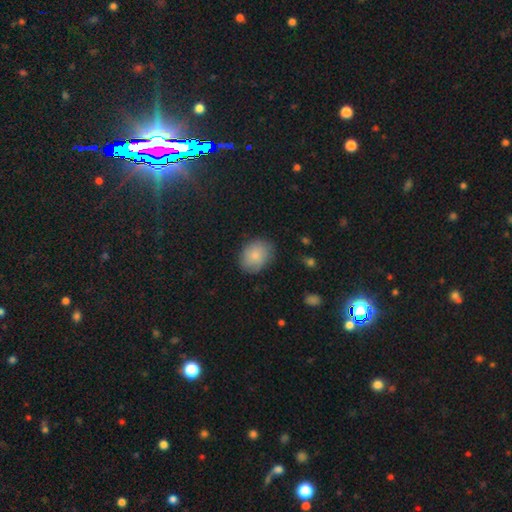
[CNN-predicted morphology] type=smooth (81%); roundness=in between (56%); merging=none (80%).